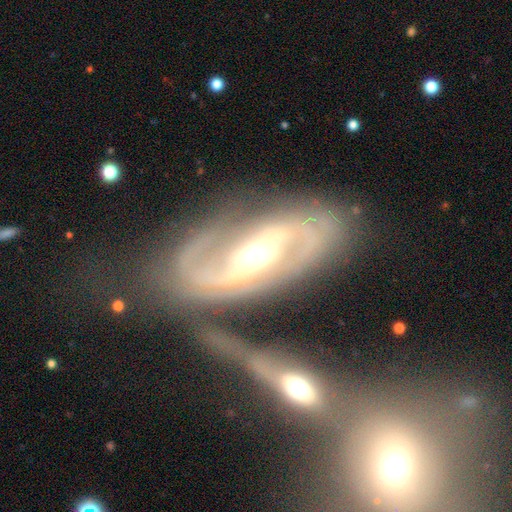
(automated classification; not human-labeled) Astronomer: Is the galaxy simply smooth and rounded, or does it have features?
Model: featured or disk — 89%.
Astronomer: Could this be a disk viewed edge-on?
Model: no — 94%.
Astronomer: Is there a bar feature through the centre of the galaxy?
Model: weak — 37% (runner-up: strong, 35%).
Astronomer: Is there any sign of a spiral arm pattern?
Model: yes — 92%.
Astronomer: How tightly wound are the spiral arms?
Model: medium — 43% (runner-up: tight, 41%).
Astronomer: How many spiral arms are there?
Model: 2 — 80%.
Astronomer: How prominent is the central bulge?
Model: moderate — 71%.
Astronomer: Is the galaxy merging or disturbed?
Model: none — 48%.